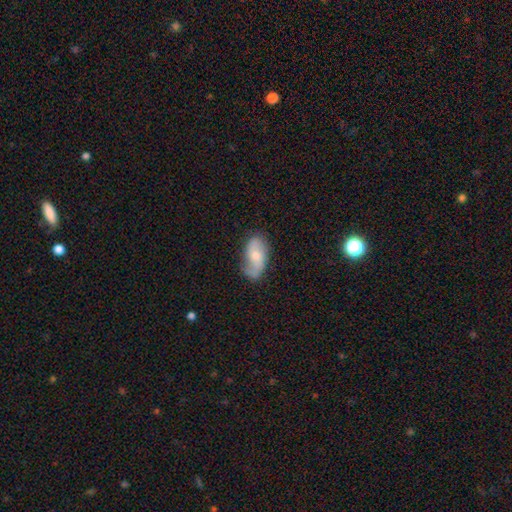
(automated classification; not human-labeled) Morphology: type=featured or disk (50%); merging=none (67%).